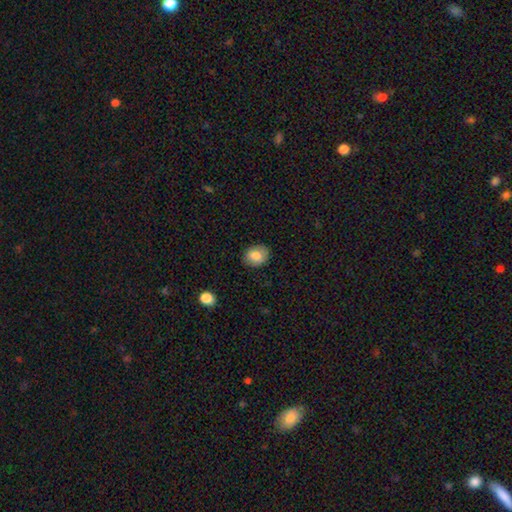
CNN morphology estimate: Smooth or featured: smooth — 82% (featured or disk — 10%)
How rounded: in between — 50% (round — 49%)
Merging: none — 85% (minor disturbance — 11%)